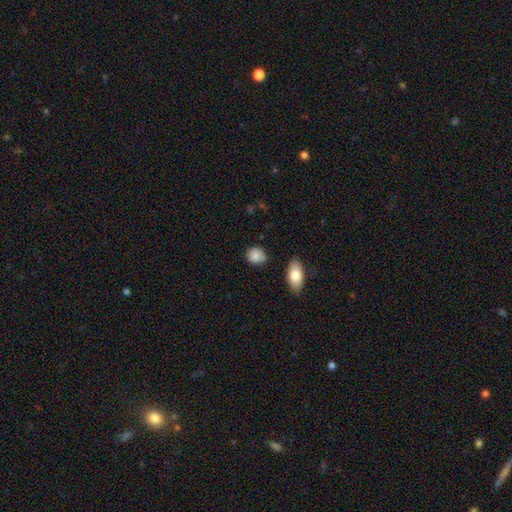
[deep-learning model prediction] Smooth or featured: smooth — 87% (star or artifact — 7%)
How rounded: round — 68% (in between — 31%)
Merging: none — 81% (minor disturbance — 13%)